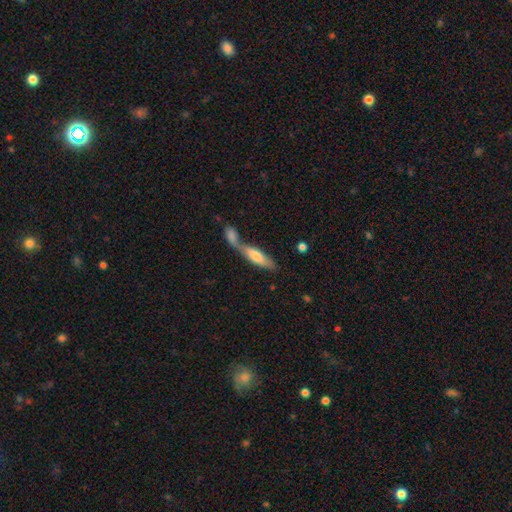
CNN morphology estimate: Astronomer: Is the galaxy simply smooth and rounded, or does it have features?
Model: smooth — 67%.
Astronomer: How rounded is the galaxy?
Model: cigar-shaped — 50% (runner-up: in between, 48%).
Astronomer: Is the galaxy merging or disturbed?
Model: merger — 64%.